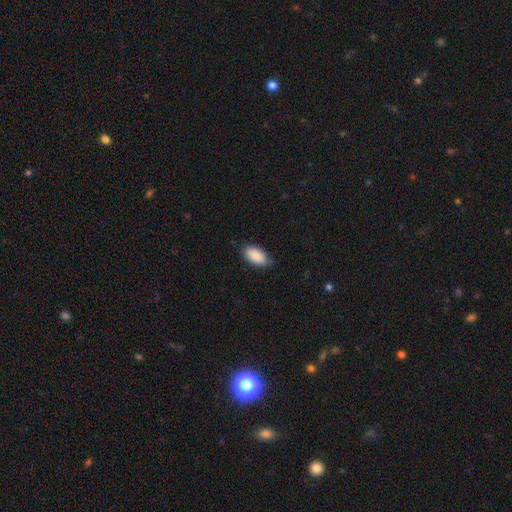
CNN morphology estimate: Overall: smooth (90%). How rounded: in between (94%). Merging: none (79%).